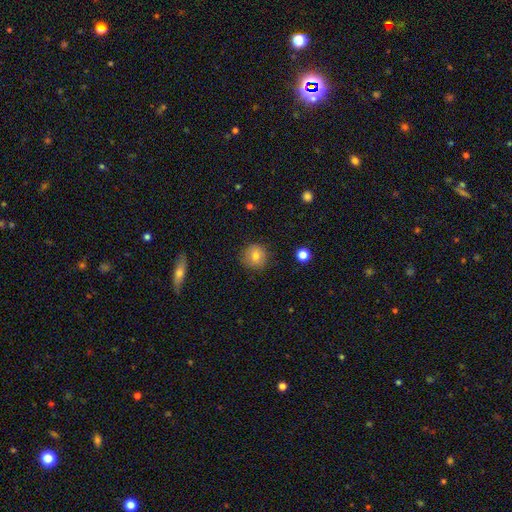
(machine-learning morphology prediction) A smooth galaxy with no disk features (79%) that is round (91%). Merging: none (85%).